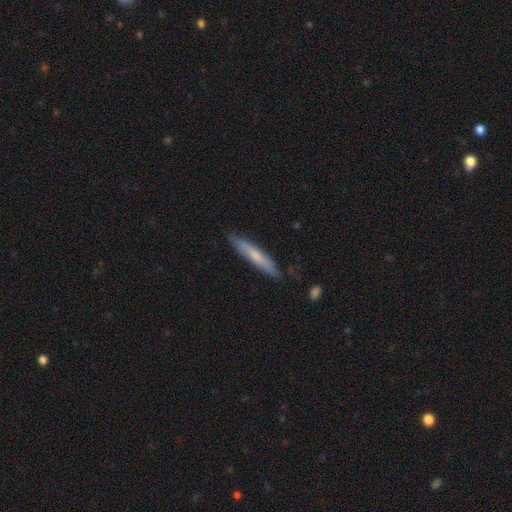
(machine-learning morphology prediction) The model was most divided on "smooth or featured": smooth: 62%, featured or disk: 33%, star or artifact: 5%. More confident: how rounded — cigar-shaped (92%); merging — none (81%).